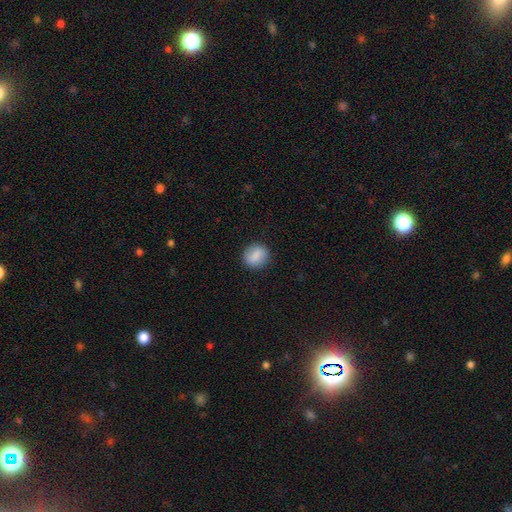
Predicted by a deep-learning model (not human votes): smooth_or_featured: smooth (p=0.83) [alt: featured or disk p=0.10]
how_rounded: round (p=0.78) [alt: in between p=0.20]
merging: none (p=0.88) [alt: minor disturbance p=0.09]